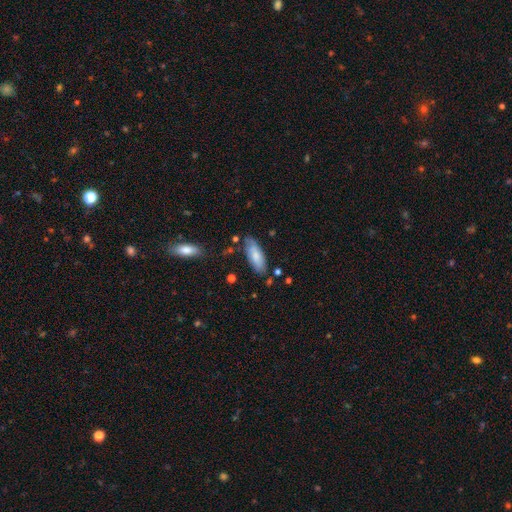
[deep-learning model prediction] This appears to be a smooth galaxy with no disk features (77%) that is in between round and cigar-shaped (74%). Merging: none (72%).